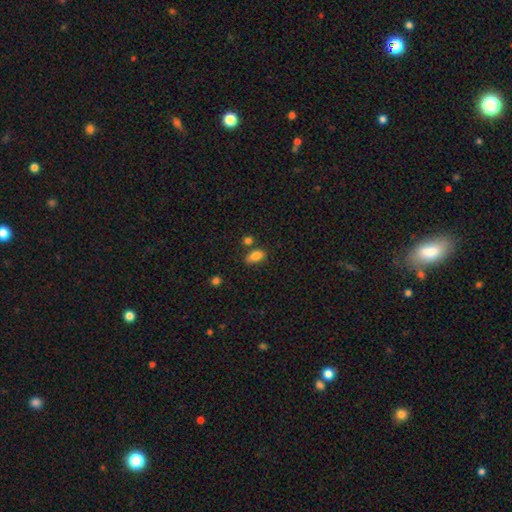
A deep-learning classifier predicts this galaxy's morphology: smooth 84%, star or artifact 9%, featured or disk 7%. Down the decision tree: how rounded — in between (88%); merging — none (65%).